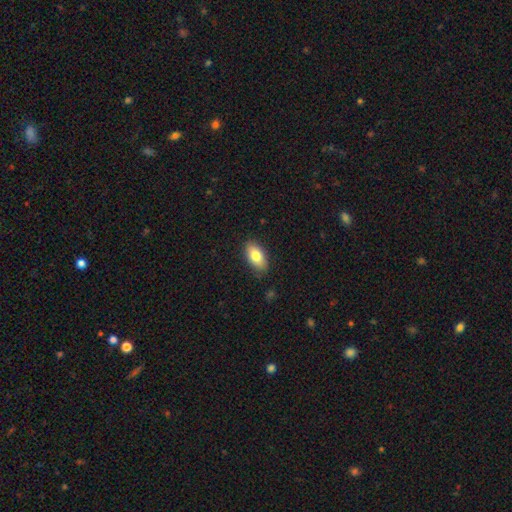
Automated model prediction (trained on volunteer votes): Smooth or featured?
  - smooth: 80% *
  - featured or disk: 13%
  - star or artifact: 7%
How rounded?
  - in between: 91% *
  - cigar-shaped: 5%
  - round: 4%
Merging?
  - none: 86% *
  - minor disturbance: 11%
  - major disturbance: 2%
  - merger: 1%